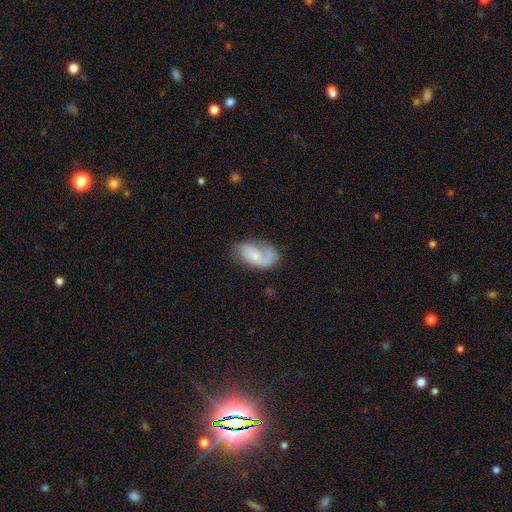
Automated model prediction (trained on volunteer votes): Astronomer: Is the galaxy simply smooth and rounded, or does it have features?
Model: featured or disk — 48% (runner-up: smooth, 45%).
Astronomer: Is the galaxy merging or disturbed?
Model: none — 44% (runner-up: minor disturbance, 27%).